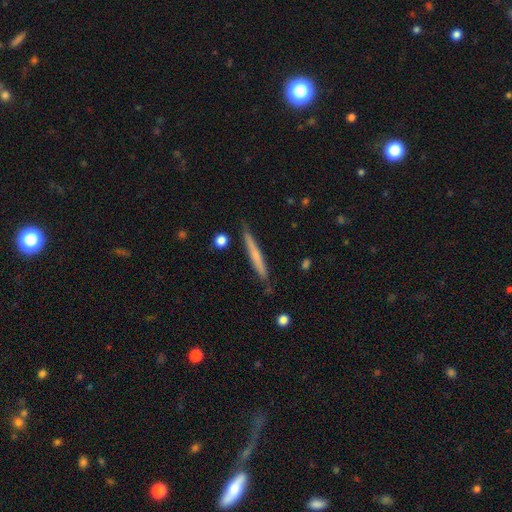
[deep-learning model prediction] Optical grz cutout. It shows a smooth galaxy with no disk features (55%) that is cigar-shaped (96%). Merging: none (85%).